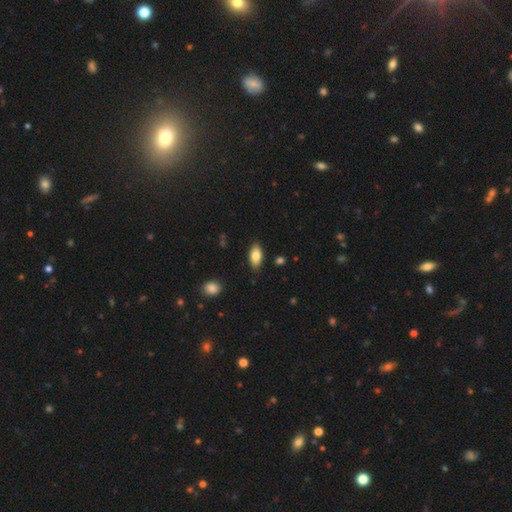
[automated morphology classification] smooth-or-featured: smooth: 83% | featured or disk: 11% | star or artifact: 7%
  how-rounded: in between: 90% | cigar-shaped: 7% | round: 3%
  merging: none: 85% | minor disturbance: 11% | major disturbance: 2% | merger: 1%